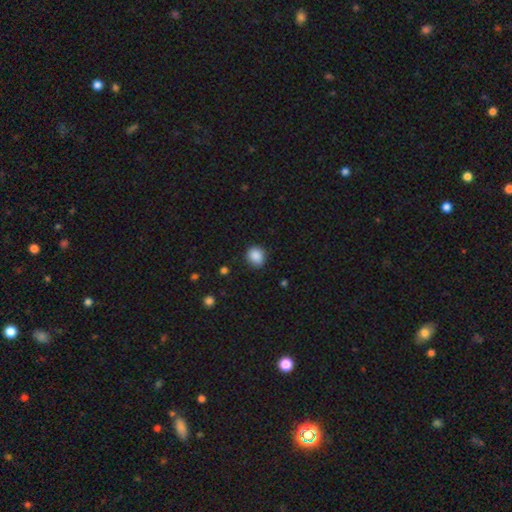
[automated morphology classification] This is clearly a smooth galaxy (88%). How rounded: likely round (71%). Merging: clearly none (83%).